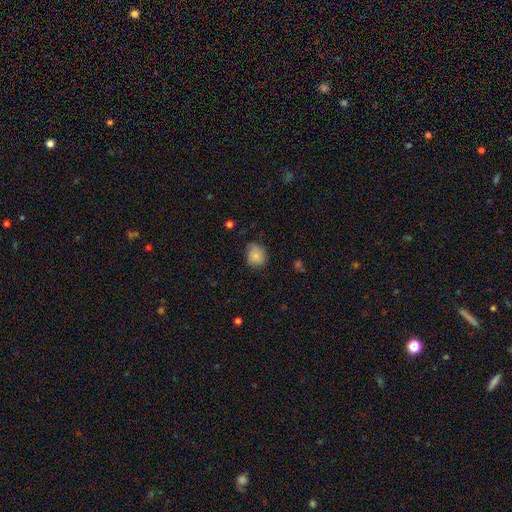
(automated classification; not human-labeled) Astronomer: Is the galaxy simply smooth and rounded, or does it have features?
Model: smooth — 82%.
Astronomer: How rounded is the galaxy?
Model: round — 66%.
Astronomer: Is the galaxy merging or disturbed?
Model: none — 63%.